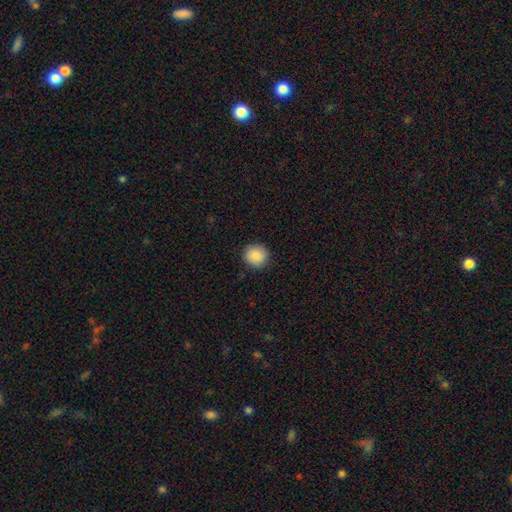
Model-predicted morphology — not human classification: A smooth galaxy with no disk features (88%) that is round (90%). Merging: none (90%).